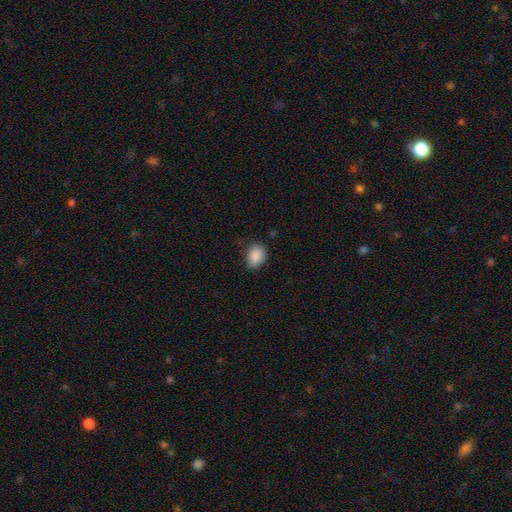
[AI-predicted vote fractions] smooth 88%, star or artifact 8%, featured or disk 4%. Down the decision tree: how rounded — in between (76%); merging — none (76%).